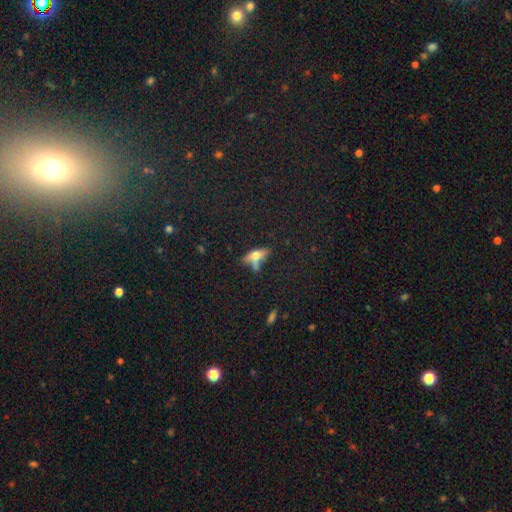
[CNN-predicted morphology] The model was most divided on "merging": none: 43%, merger: 23%, minor disturbance: 21%, major disturbance: 14%. More confident: how rounded — in between (61%); smooth or featured — smooth (55%).